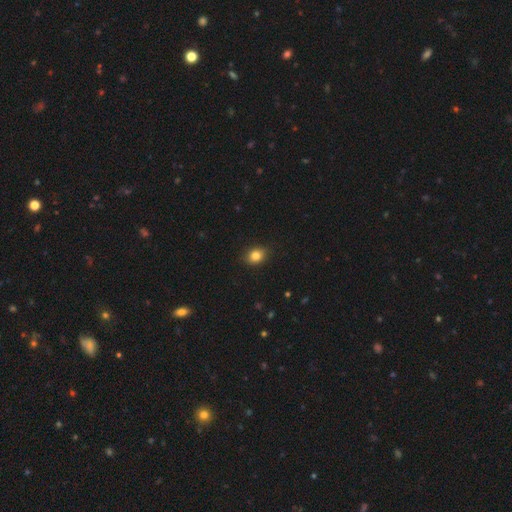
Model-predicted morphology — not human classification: Overall: smooth (84%). How rounded: in between (54%; round 44%). Merging: none (87%).